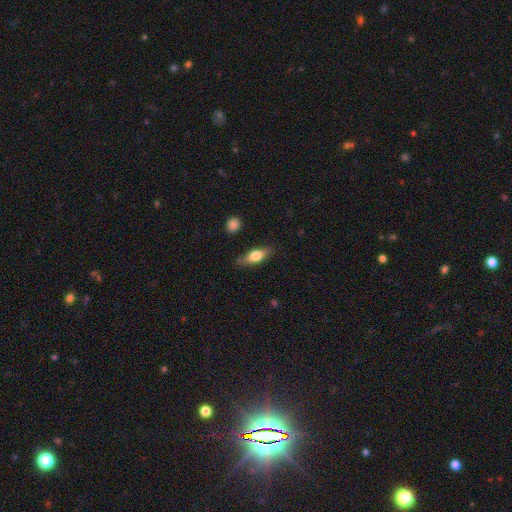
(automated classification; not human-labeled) The model was most divided on "how rounded": in between: 63%, cigar-shaped: 34%, round: 3%. More confident: merging — none (81%); smooth or featured — smooth (69%).